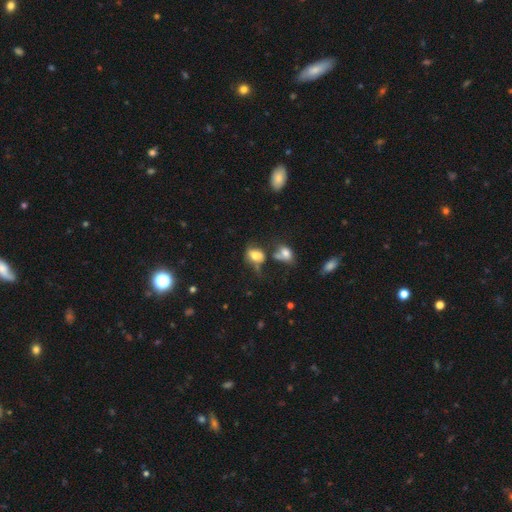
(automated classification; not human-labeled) This is likely a smooth galaxy (66%). How rounded: likely in between (72%). Merging: marginally merger (32%).